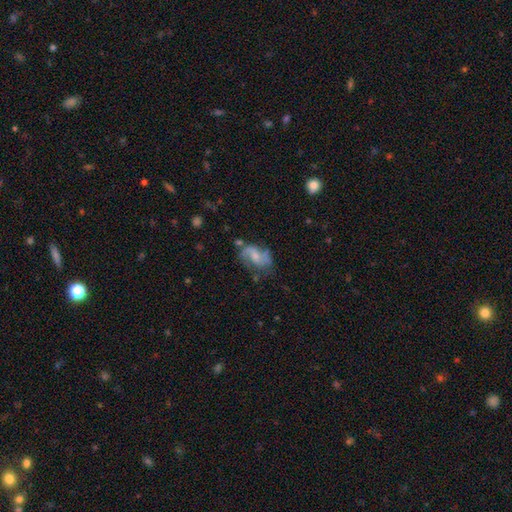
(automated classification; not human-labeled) Smooth or featured?
  - featured or disk: 69% *
  - smooth: 22%
  - star or artifact: 8%
Edge-on disk?
  - no: 97% *
  - yes: 3%
Bar?
  - no: 49% *
  - weak: 41%
  - strong: 10%
Spiral arms?
  - yes: 86% *
  - no: 14%
Spiral winding?
  - loose: 44% *
  - medium: 42%
  - tight: 13%
Spiral arm count?
  - 2: 78% *
  - can't tell: 10%
  - 1: 6%
  - 3: 4%
  - 4: 1%
  - more than 4: 1%
Bulge size?
  - small: 44% *
  - moderate: 31%
  - none: 19%
  - large: 4%
  - dominant: 1%
Merging?
  - none: 49% *
  - minor disturbance: 25%
  - major disturbance: 20%
  - merger: 7%